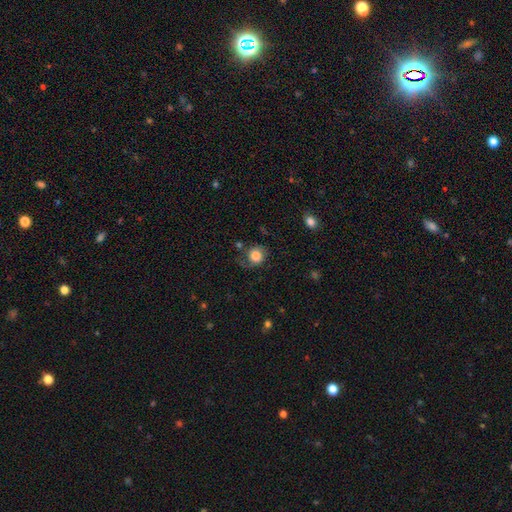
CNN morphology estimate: Smooth or featured: smooth — 79% (featured or disk — 12%)
How rounded: round — 81% (in between — 18%)
Merging: none — 60% (minor disturbance — 23%)